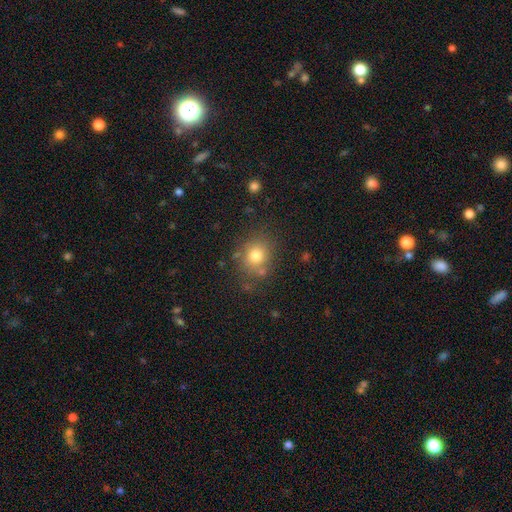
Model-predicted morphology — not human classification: smooth-or-featured: smooth: 76% | star or artifact: 14% | featured or disk: 11%
  how-rounded: round: 74% | in between: 25% | cigar-shaped: 1%
  merging: none: 75% | minor disturbance: 13% | merger: 7% | major disturbance: 5%